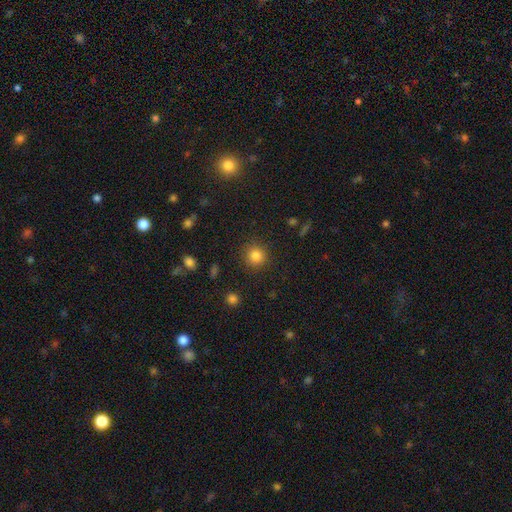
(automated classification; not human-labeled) smooth 83%, star or artifact 12%, featured or disk 5%. Down the decision tree: how rounded — round (93%); merging — none (89%).